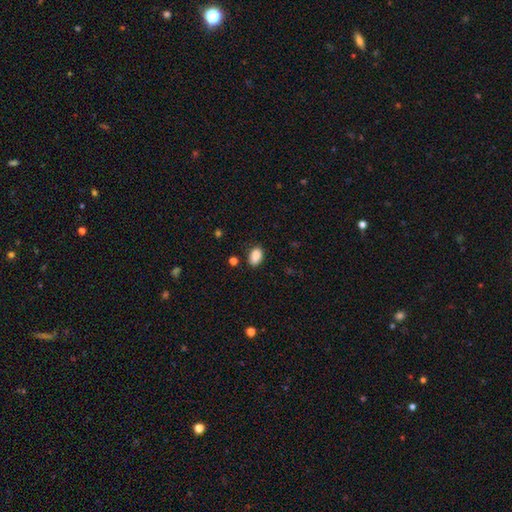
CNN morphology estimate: smooth_or_featured: smooth (p=0.88) [alt: star or artifact p=0.08]
how_rounded: in between (p=0.87) [alt: round p=0.12]
merging: none (p=0.81) [alt: minor disturbance p=0.14]